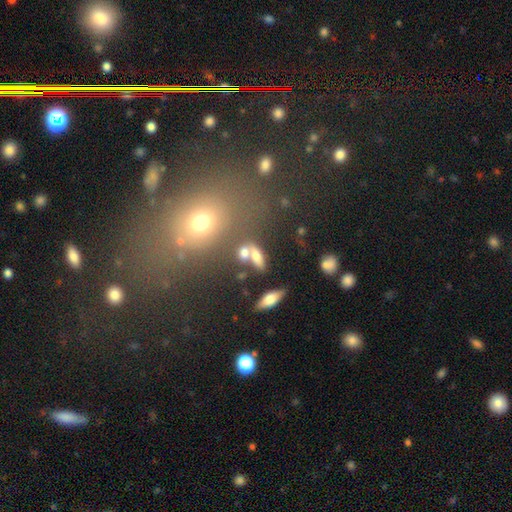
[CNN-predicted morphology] smooth-or-featured: smooth: 64% | featured or disk: 22% | star or artifact: 14%
  how-rounded: in between: 70% | cigar-shaped: 17% | round: 12%
  merging: none: 51% | merger: 29% | minor disturbance: 13% | major disturbance: 7%